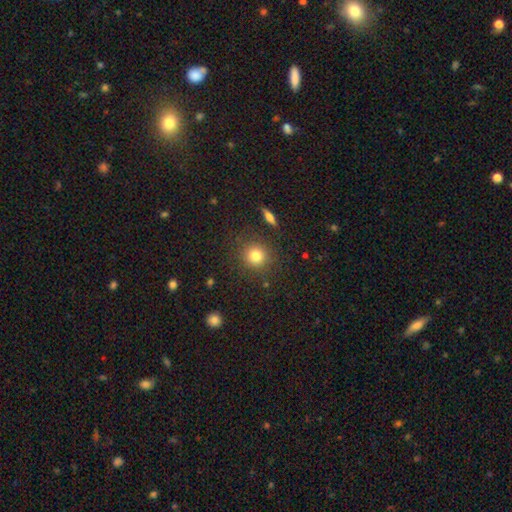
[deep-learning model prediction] Morphology: type=smooth (81%); roundness=round (90%); merging=none (86%).